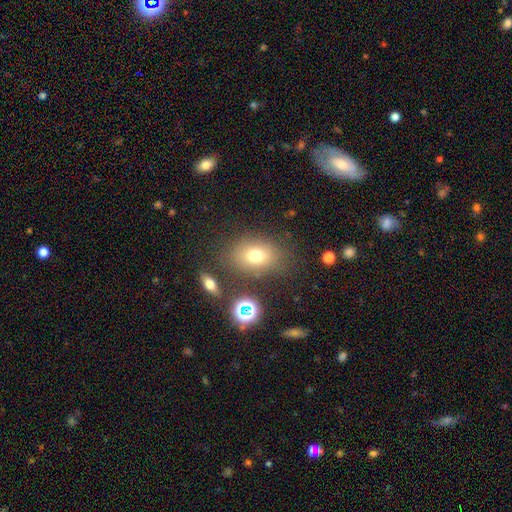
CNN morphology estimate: smooth 72%, star or artifact 16%, featured or disk 13%. Down the decision tree: how rounded — in between (63%); merging — none (77%).